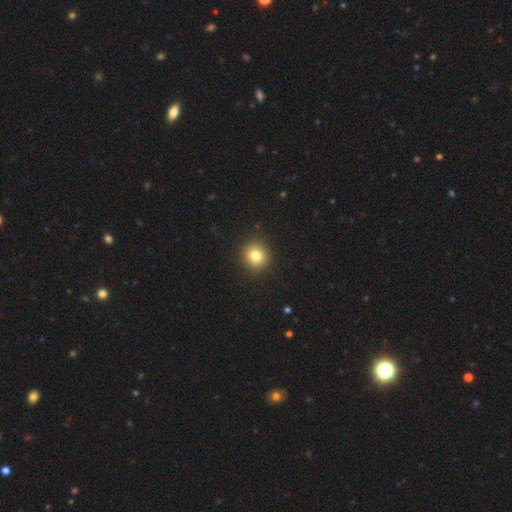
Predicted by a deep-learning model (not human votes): This is clearly a smooth galaxy (80%). How rounded: clearly round (90%). Merging: clearly none (91%).